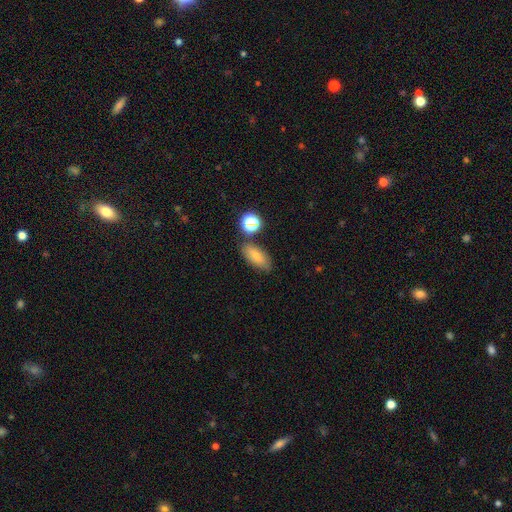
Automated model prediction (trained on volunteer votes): A smooth galaxy with no disk features (78%) that is in between round and cigar-shaped (80%). Merging: none (75%).